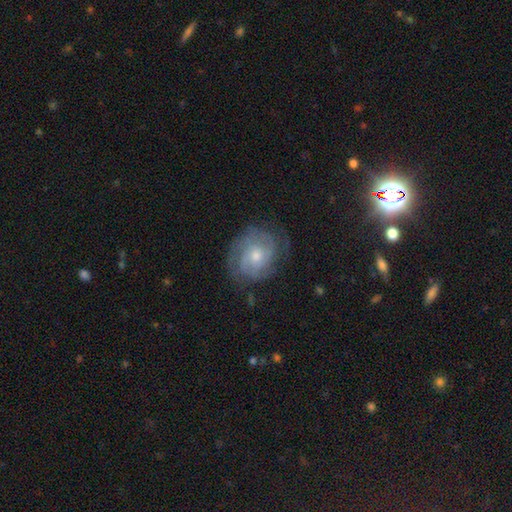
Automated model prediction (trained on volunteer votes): Smooth or featured? featured or disk (75%)
Edge-on disk? no (97%)
Bar? no (73%)
Spiral arms? yes (92%)
Spiral winding? tight (62%)
Spiral arm count? can't tell (34%)
Bulge size? moderate (51%)
Merging? none (73%)